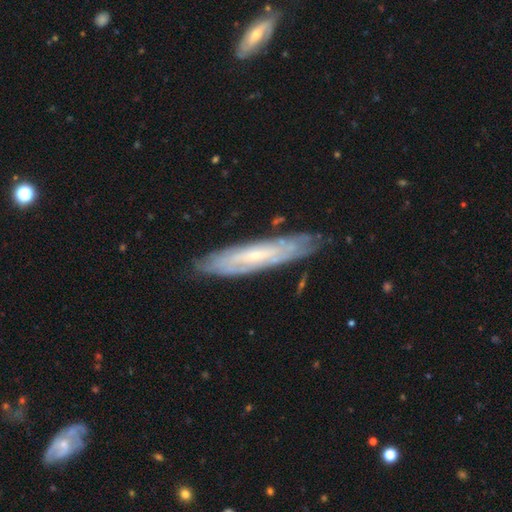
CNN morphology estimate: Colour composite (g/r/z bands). It shows a featured or disk galaxy (69%). Merging: none (79%).